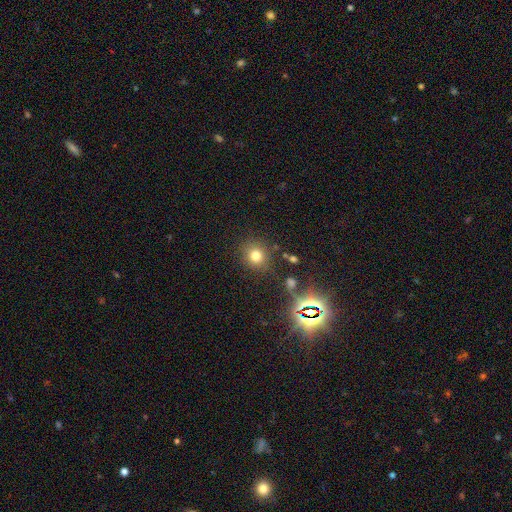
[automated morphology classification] smooth-or-featured: smooth: 73% | star or artifact: 19% | featured or disk: 8%
  how-rounded: round: 84% | in between: 15% | cigar-shaped: 1%
  merging: none: 83% | minor disturbance: 9% | major disturbance: 4% | merger: 4%